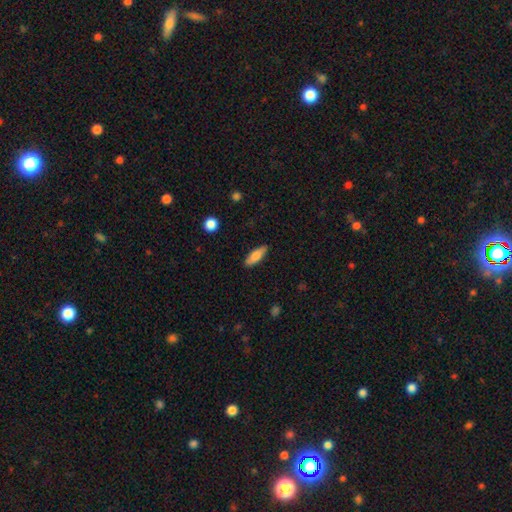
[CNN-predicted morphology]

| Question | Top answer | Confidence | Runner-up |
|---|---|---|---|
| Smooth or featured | smooth | 75% | featured or disk (19%) |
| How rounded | in between | 62% | cigar-shaped (36%) |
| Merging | none | 88% | minor disturbance (9%) |